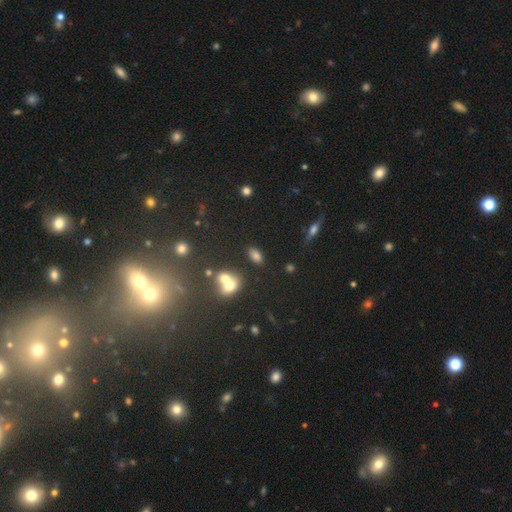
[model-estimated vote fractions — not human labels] Smooth or featured? Predicted: smooth (p=0.69). How rounded? Predicted: in between (p=0.81). Merging? Predicted: none (p=0.62).